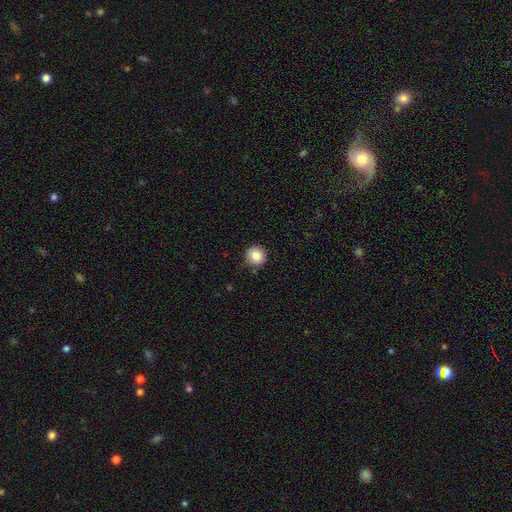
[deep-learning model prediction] Overall: smooth (86%). How rounded: round (92%). Merging: none (86%).